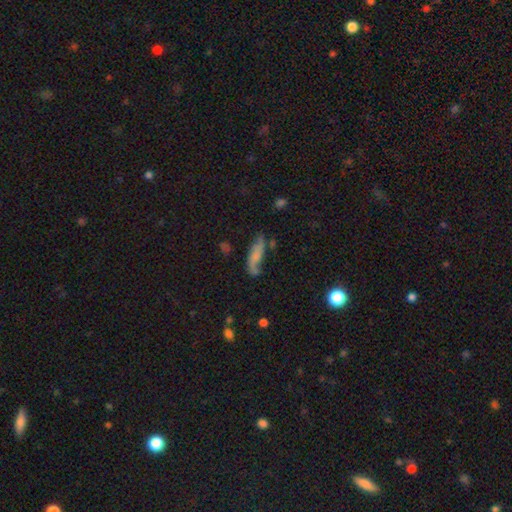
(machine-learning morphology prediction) type=smooth (50%); roundness=cigar-shaped (53%); merging=none (50%).